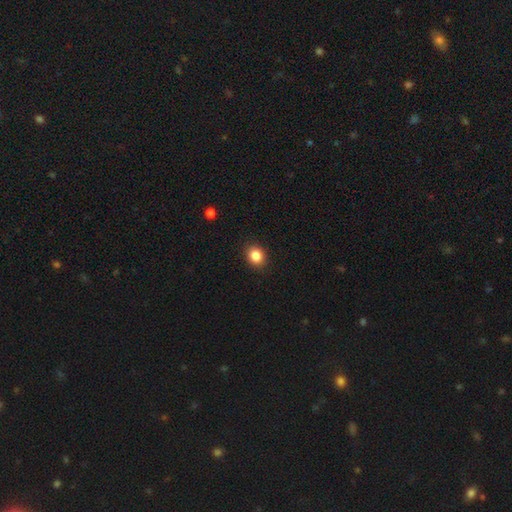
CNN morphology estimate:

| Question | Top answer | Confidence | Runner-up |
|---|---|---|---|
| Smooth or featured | smooth | 86% | star or artifact (10%) |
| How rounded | round | 65% | in between (34%) |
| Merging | none | 90% | minor disturbance (7%) |